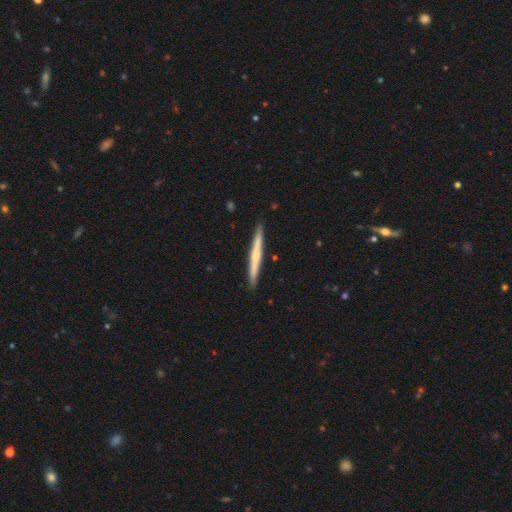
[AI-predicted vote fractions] Morphology: type=featured or disk (52%); edge-on=yes (98%); edge-on bulge=none (51%); merging=none (91%).